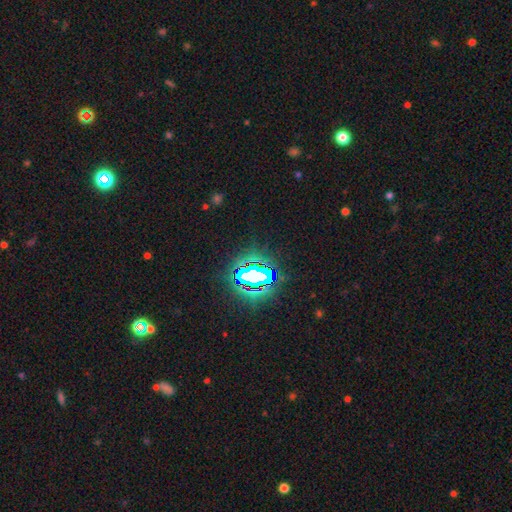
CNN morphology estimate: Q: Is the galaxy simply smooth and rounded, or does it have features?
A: star or artifact — 83%.